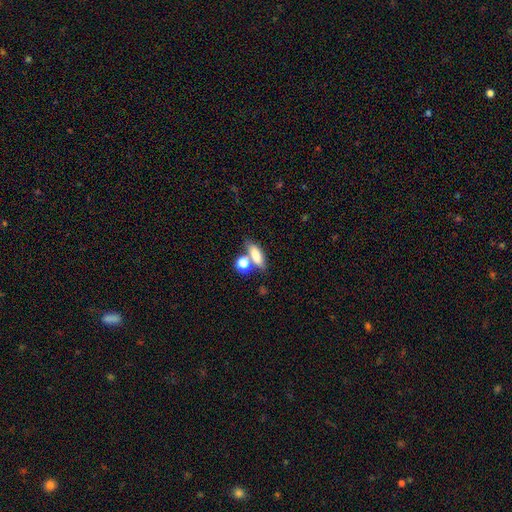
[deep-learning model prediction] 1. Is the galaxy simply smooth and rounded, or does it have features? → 79% smooth, 12% featured or disk, 9% star or artifact.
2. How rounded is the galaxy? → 64% in between, 22% cigar-shaped, 14% round.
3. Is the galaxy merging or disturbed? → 50% none, 32% merger, 12% minor disturbance, 6% major disturbance.